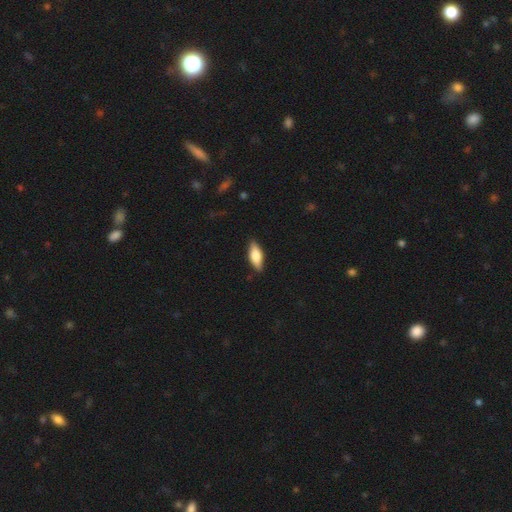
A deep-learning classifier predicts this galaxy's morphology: Smooth or featured: smooth — 69% (featured or disk — 25%)
How rounded: in between — 74% (cigar-shaped — 24%)
Merging: none — 85% (minor disturbance — 12%)